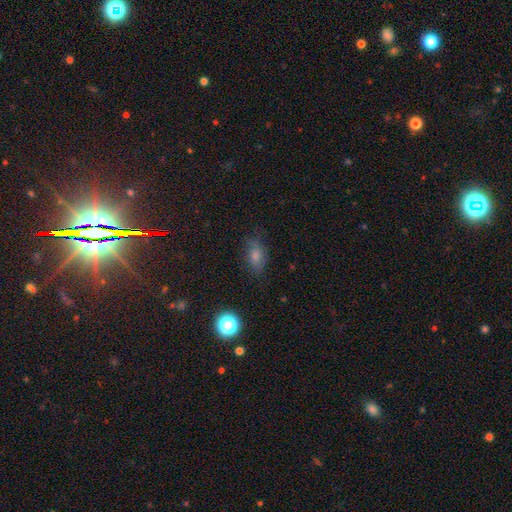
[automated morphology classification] type=smooth (73%); roundness=in between (80%); merging=none (69%).